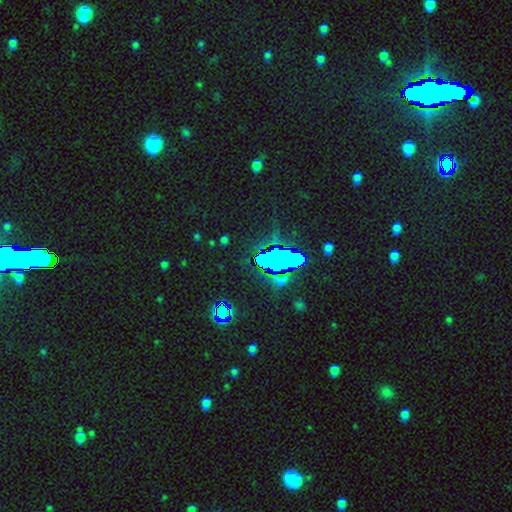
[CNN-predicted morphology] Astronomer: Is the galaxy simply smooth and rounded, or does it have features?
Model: star or artifact — 76%.